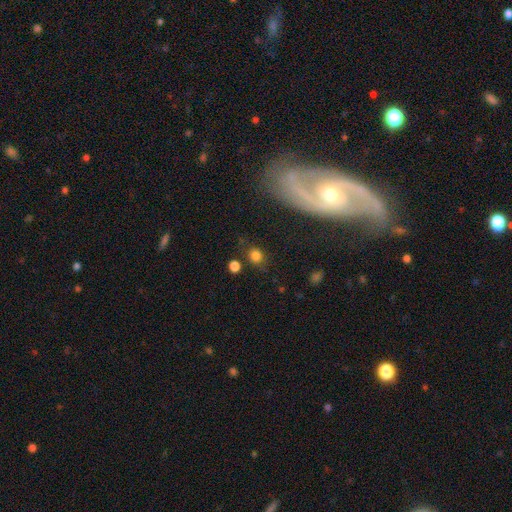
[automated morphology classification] smooth 78%, star or artifact 15%, featured or disk 7%. Down the decision tree: how rounded — round (77%); merging — none (79%).